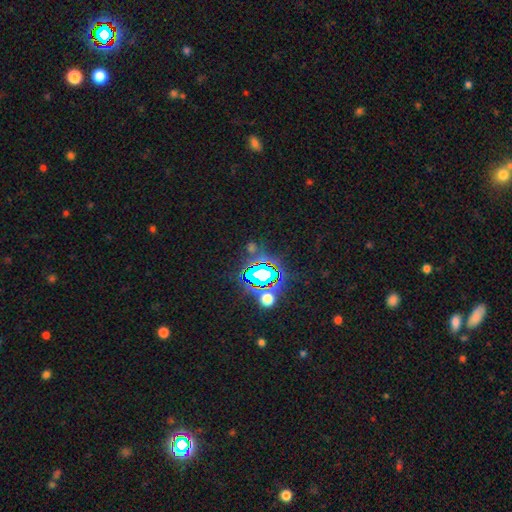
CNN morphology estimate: Smooth or featured? Predicted: star or artifact (p=0.82).